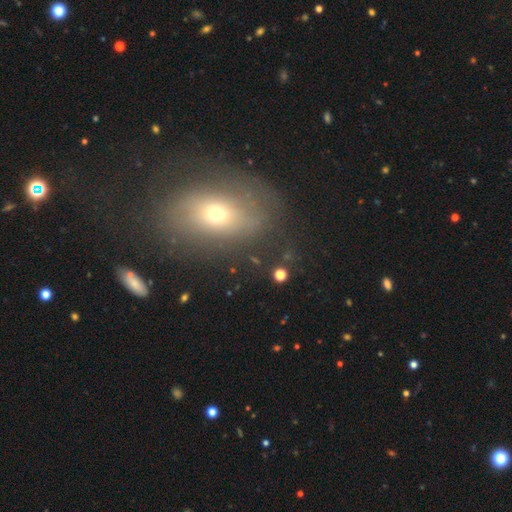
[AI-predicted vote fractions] Smooth or featured? Predicted: smooth (p=0.46). Merging? Predicted: none (p=0.68).